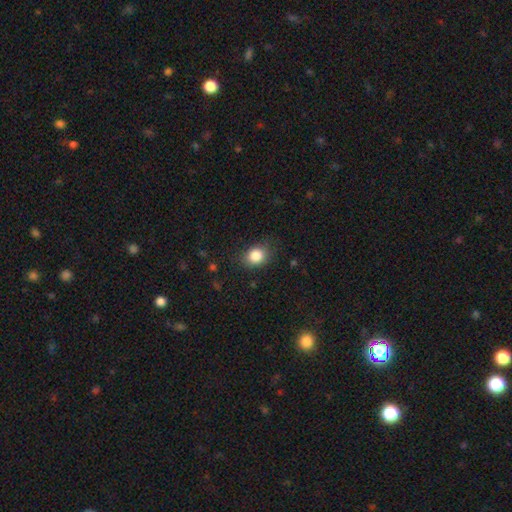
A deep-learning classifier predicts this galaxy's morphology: Smooth or featured?
  - smooth: 85% *
  - star or artifact: 10%
  - featured or disk: 5%
How rounded?
  - round: 58% *
  - in between: 42%
  - cigar-shaped: 1%
Merging?
  - none: 77% *
  - minor disturbance: 17%
  - major disturbance: 5%
  - merger: 1%